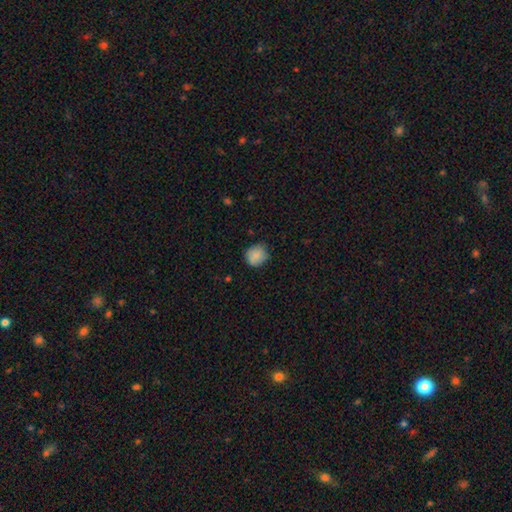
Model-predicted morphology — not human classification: Smooth or featured? Predicted: smooth (p=0.84). How rounded? Predicted: round (p=0.83). Merging? Predicted: none (p=0.74).